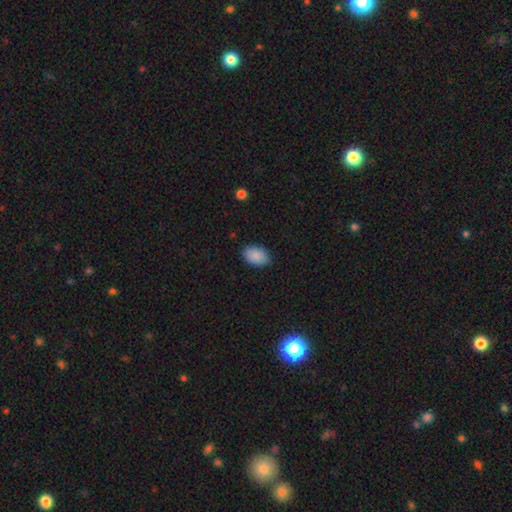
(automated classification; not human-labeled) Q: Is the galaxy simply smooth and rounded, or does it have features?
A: smooth — 89%.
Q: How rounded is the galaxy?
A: in between — 89%.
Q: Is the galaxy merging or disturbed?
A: none — 87%.